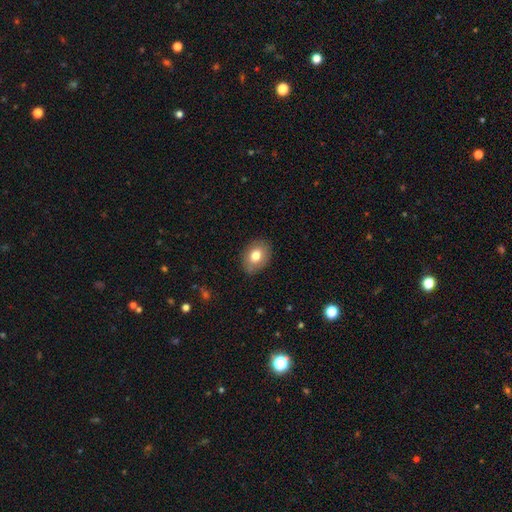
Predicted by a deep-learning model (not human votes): Smooth or featured: smooth — 79% (featured or disk — 13%)
How rounded: in between — 71% (round — 28%)
Merging: none — 83% (minor disturbance — 13%)